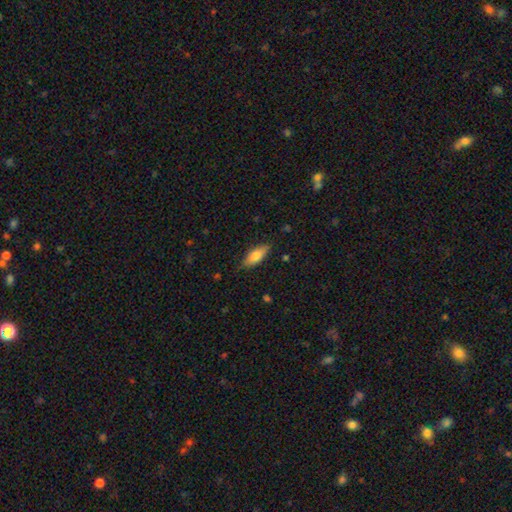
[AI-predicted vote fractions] A smooth galaxy with no disk features (73%) that is in between round and cigar-shaped (73%).

Vote fractions:
- Smooth or featured? smooth: 73% / featured or disk: 21% / star or artifact: 6%
- How rounded? in between: 73% / cigar-shaped: 24% / round: 3%
- Merging? none: 84% / minor disturbance: 13% / major disturbance: 2% / merger: 1%